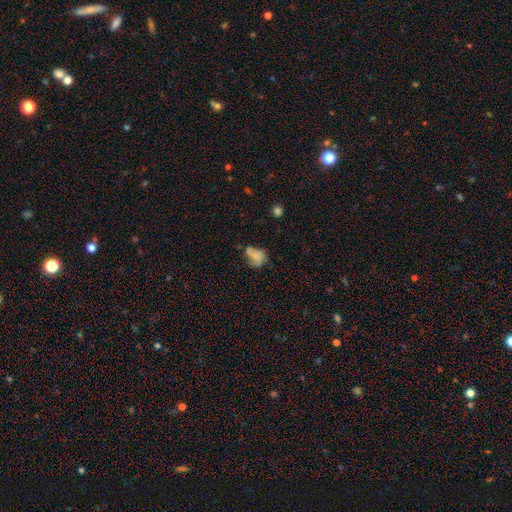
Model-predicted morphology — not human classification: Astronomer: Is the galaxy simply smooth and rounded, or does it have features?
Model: smooth — 54% (runner-up: featured or disk, 33%).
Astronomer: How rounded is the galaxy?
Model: in between — 71%.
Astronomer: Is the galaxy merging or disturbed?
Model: none — 33% (runner-up: major disturbance, 28%).